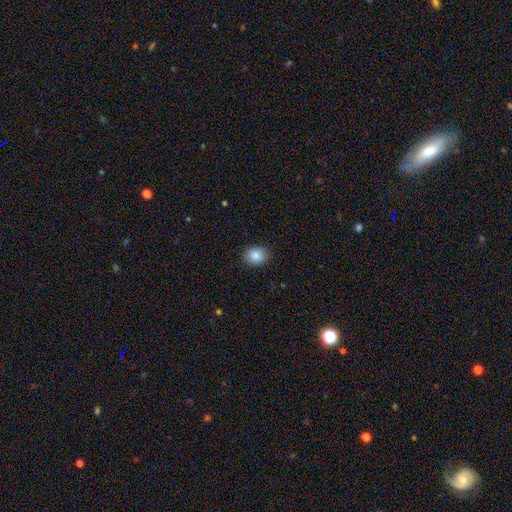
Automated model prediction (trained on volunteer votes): Smooth or featured?
  - smooth: 86% *
  - star or artifact: 9%
  - featured or disk: 5%
How rounded?
  - round: 58% *
  - in between: 41%
  - cigar-shaped: 1%
Merging?
  - none: 88% *
  - minor disturbance: 9%
  - major disturbance: 2%
  - merger: 1%